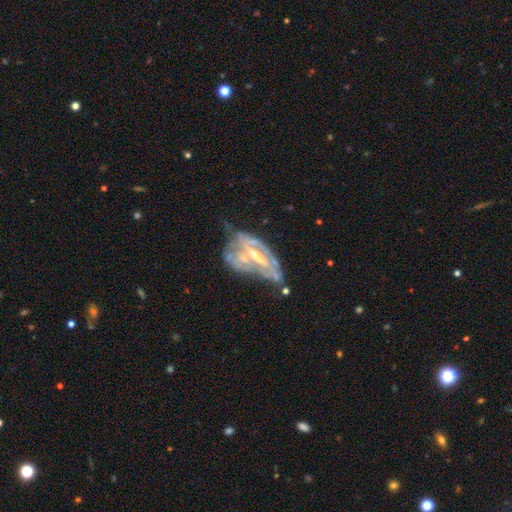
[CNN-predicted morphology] Smooth or featured? Predicted: featured or disk (p=0.74). Edge-on disk? Predicted: no (p=0.88). Bar? Predicted: strong (p=0.35). Spiral arms? Predicted: no (p=0.55). Bulge size? Predicted: moderate (p=0.42). Merging? Predicted: major disturbance (p=0.31).